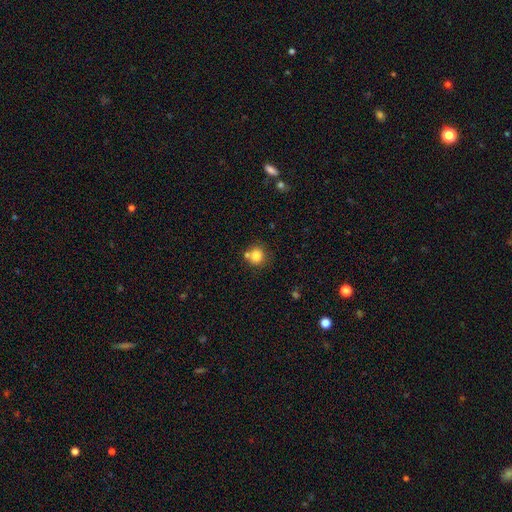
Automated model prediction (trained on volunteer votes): A smooth galaxy with no disk features (82%) that is round (86%). Merging: none (62%).